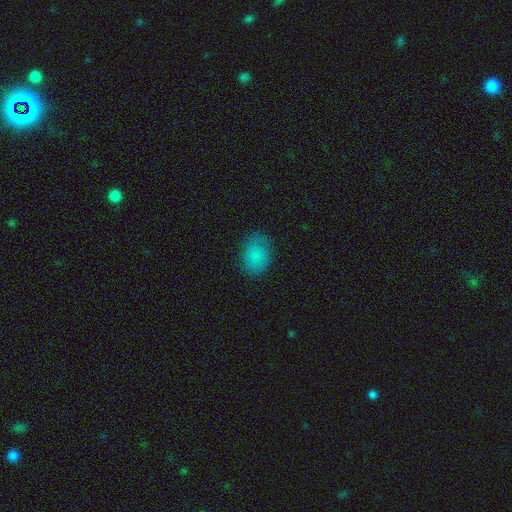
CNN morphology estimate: smooth-or-featured: smooth: 83% | star or artifact: 10% | featured or disk: 8%
  how-rounded: in between: 78% | round: 21% | cigar-shaped: 1%
  merging: none: 75% | minor disturbance: 19% | major disturbance: 5% | merger: 1%